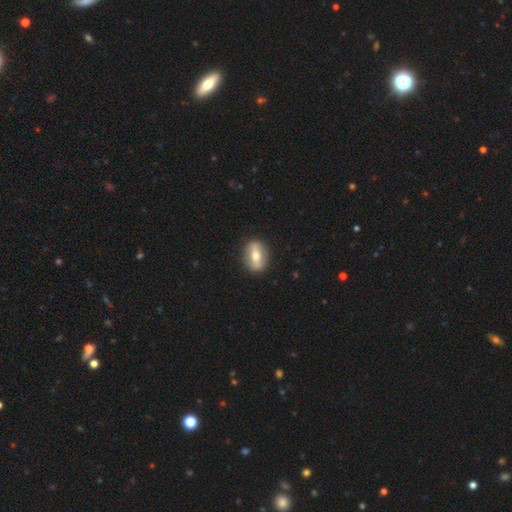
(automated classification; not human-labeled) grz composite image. It shows a smooth galaxy with no disk features (48%). Merging: none (88%).